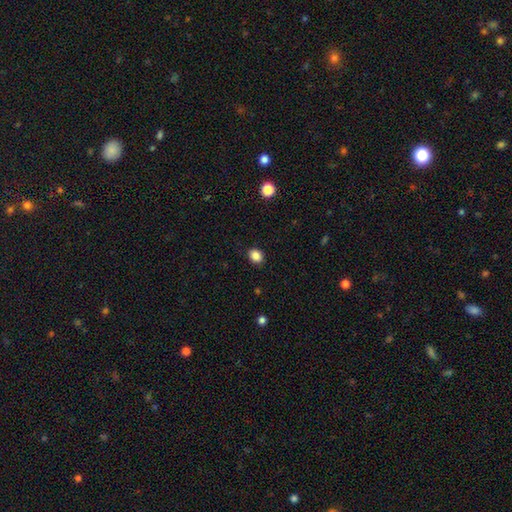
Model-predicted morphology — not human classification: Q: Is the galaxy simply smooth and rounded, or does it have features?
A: smooth — 86%.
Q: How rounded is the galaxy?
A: round — 58%.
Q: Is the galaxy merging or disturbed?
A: none — 88%.